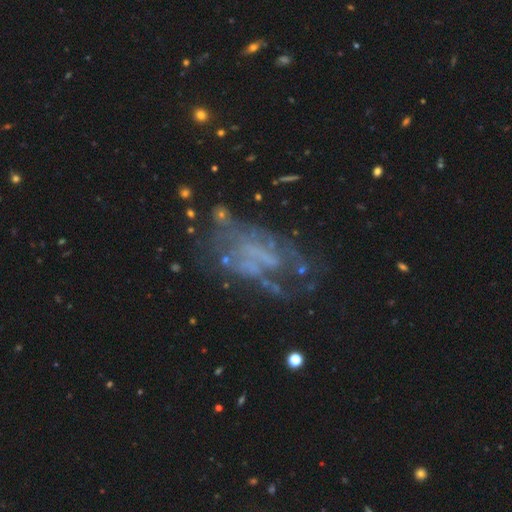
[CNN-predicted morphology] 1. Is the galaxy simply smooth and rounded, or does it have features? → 69% featured or disk, 16% star or artifact, 15% smooth.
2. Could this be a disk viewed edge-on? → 96% no, 4% yes.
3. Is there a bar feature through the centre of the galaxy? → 74% no, 18% weak, 8% strong.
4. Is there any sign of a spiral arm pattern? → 59% no, 41% yes.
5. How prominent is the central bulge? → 79% none, 10% small, 7% moderate, 4% large, 1% dominant.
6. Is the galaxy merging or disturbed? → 45% none, 30% major disturbance, 20% minor disturbance, 5% merger.